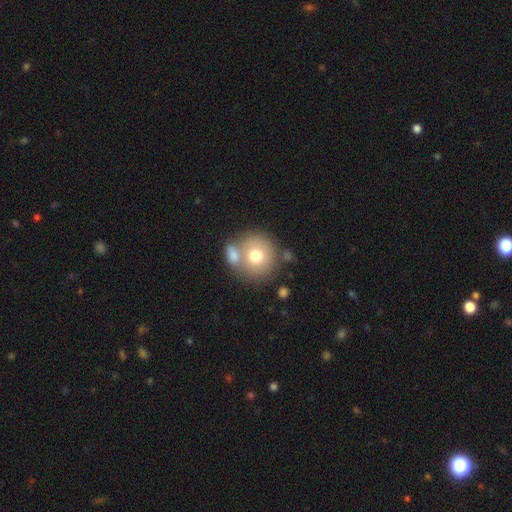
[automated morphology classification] smooth-or-featured: smooth: 71% | featured or disk: 20% | star or artifact: 9%
  how-rounded: round: 88% | in between: 11% | cigar-shaped: 1%
  merging: none: 53% | merger: 31% | minor disturbance: 11% | major disturbance: 5%